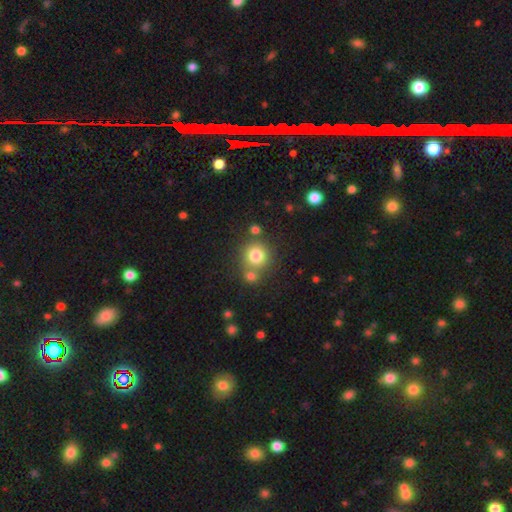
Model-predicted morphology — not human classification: Overall: smooth (79%). How rounded: round (90%). Merging: none (66%).